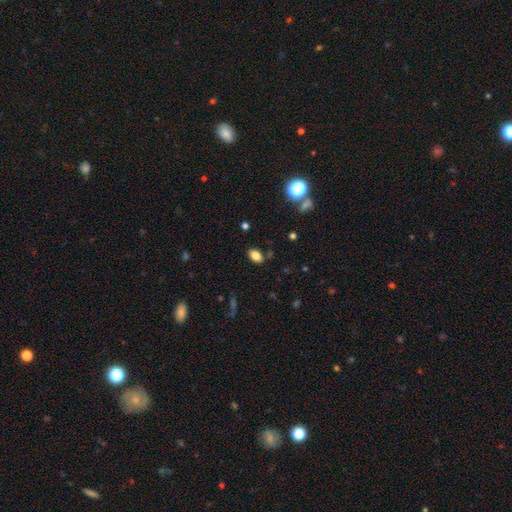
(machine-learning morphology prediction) Q: Smooth or featured?
A: smooth (82%); runner-up: star or artifact (12%)
Q: How rounded?
A: in between (87%); runner-up: round (12%)
Q: Merging?
A: none (82%); runner-up: minor disturbance (11%)